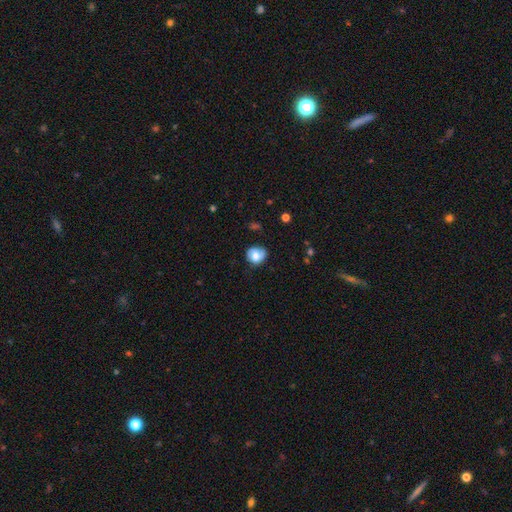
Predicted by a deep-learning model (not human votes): Q: Smooth or featured?
A: smooth (66%); runner-up: featured or disk (26%)
Q: How rounded?
A: round (72%); runner-up: in between (27%)
Q: Merging?
A: none (62%); runner-up: minor disturbance (26%)